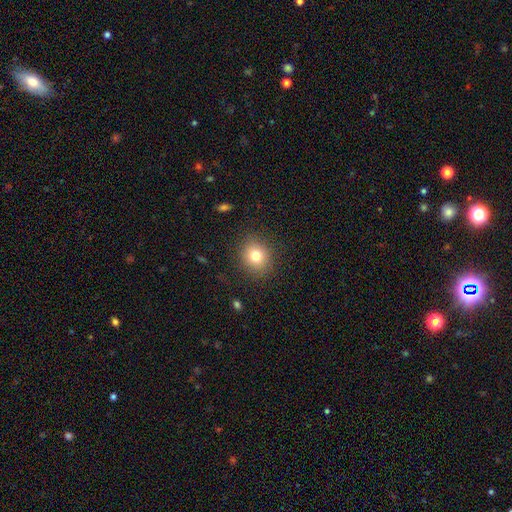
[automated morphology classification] A smooth galaxy with no disk features (78%) that is round (77%).

Vote fractions:
- Smooth or featured? smooth: 78% / star or artifact: 12% / featured or disk: 10%
- How rounded? round: 77% / in between: 22% / cigar-shaped: 1%
- Merging? none: 87% / minor disturbance: 9% / major disturbance: 3% / merger: 1%